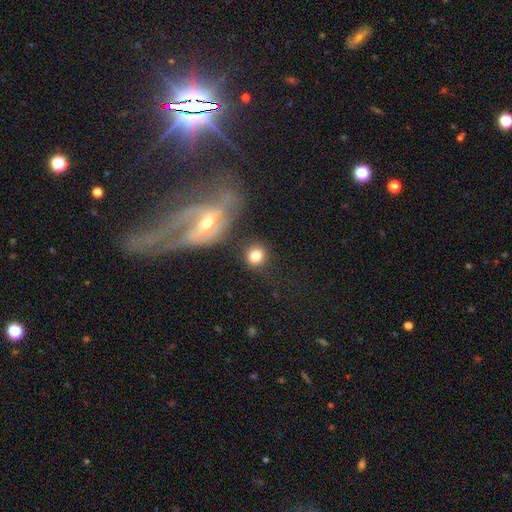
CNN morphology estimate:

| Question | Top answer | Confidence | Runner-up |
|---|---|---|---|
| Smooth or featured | smooth | 80% | featured or disk (11%) |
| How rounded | round | 87% | in between (12%) |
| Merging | none | 80% | minor disturbance (9%) |